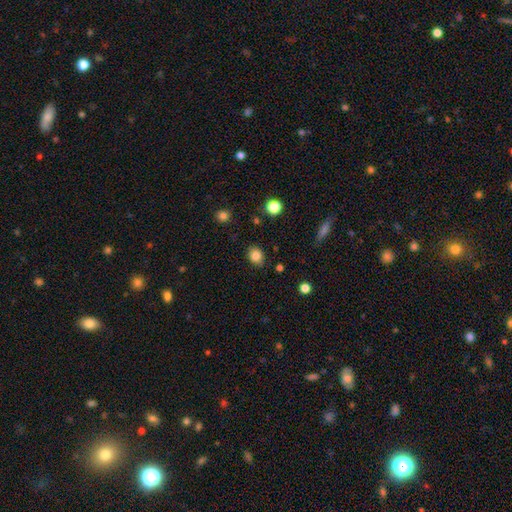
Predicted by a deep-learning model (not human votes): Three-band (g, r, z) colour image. It shows a smooth galaxy with no disk features (84%) that is round (51%). Merging: none (84%).